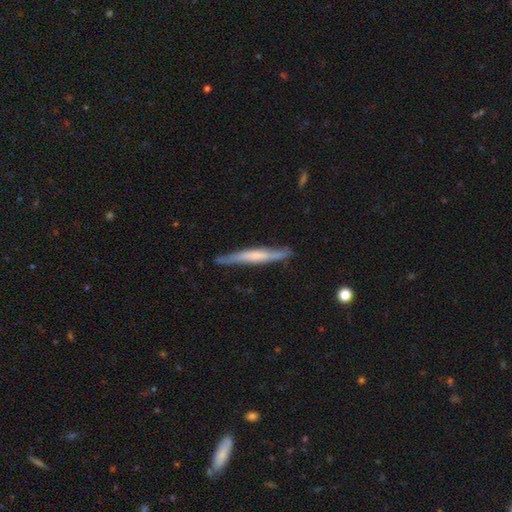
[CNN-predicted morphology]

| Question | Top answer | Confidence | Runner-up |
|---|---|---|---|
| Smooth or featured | featured or disk | 57% | smooth (38%) |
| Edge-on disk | yes | 90% | no (10%) |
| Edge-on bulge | none | 47% | rounded (36%) |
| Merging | none | 81% | minor disturbance (15%) |